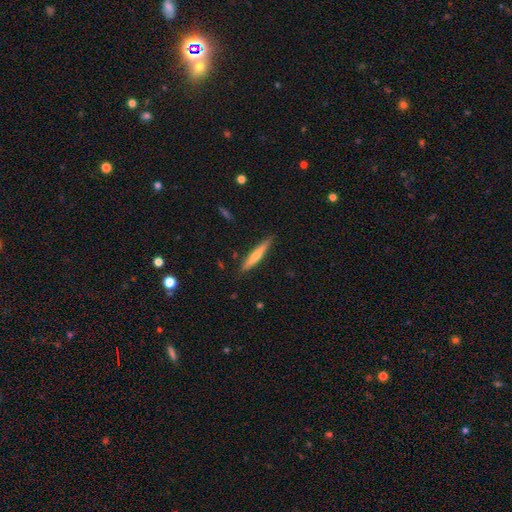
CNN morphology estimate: This appears to be a smooth galaxy with no disk features (62%) that is cigar-shaped (93%). Merging: none (87%).